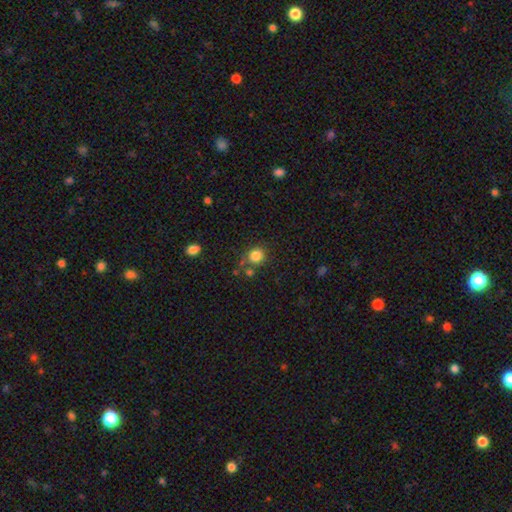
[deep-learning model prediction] smooth_or_featured: smooth (p=0.83) [alt: star or artifact p=0.12]
how_rounded: round (p=0.88) [alt: in between p=0.11]
merging: none (p=0.71) [alt: minor disturbance p=0.12]